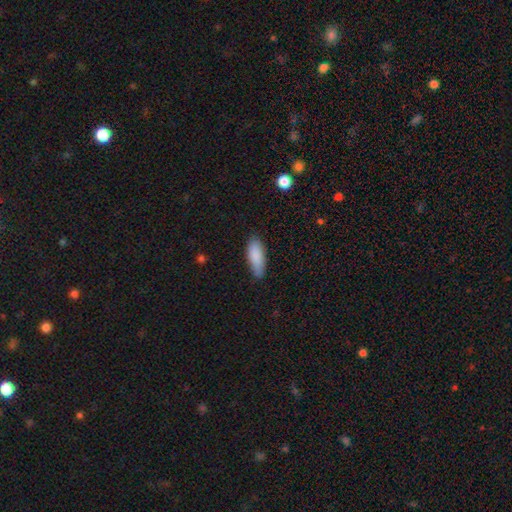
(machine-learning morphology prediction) smooth-or-featured: smooth: 88% | featured or disk: 6% | star or artifact: 6%
  how-rounded: in between: 71% | cigar-shaped: 27% | round: 2%
  merging: none: 78% | minor disturbance: 18% | major disturbance: 3% | merger: 1%